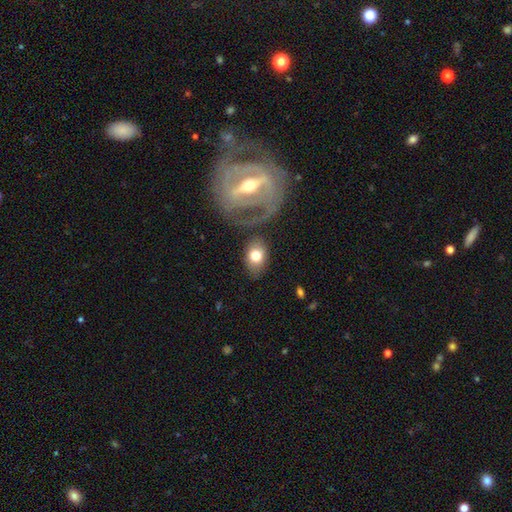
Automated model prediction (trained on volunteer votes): A smooth galaxy with no disk features (67%) that is in between round and cigar-shaped (74%). Merging: none (70%).